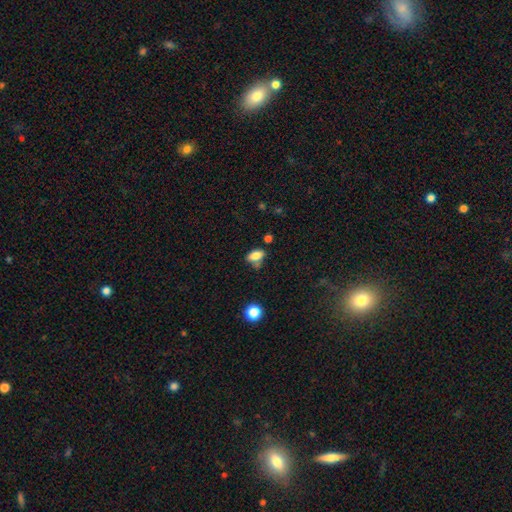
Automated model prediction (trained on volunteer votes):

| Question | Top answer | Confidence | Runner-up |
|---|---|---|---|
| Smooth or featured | smooth | 81% | star or artifact (10%) |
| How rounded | in between | 87% | round (9%) |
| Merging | none | 63% | minor disturbance (20%) |